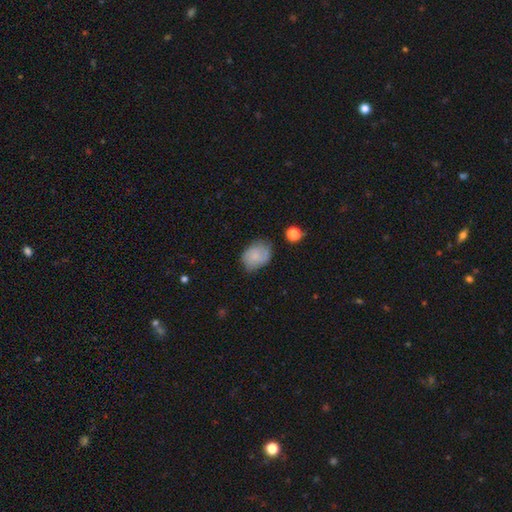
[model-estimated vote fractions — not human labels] The model was most divided on "merging": none: 60%, minor disturbance: 30%, major disturbance: 8%, merger: 3%. More confident: smooth or featured — smooth (72%); how rounded — in between (68%).